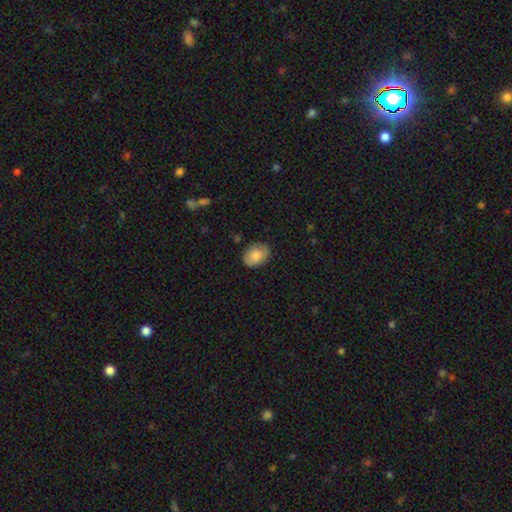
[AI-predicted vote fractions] smooth 82%, featured or disk 11%, star or artifact 7%. Down the decision tree: how rounded — in between (74%); merging — none (80%).